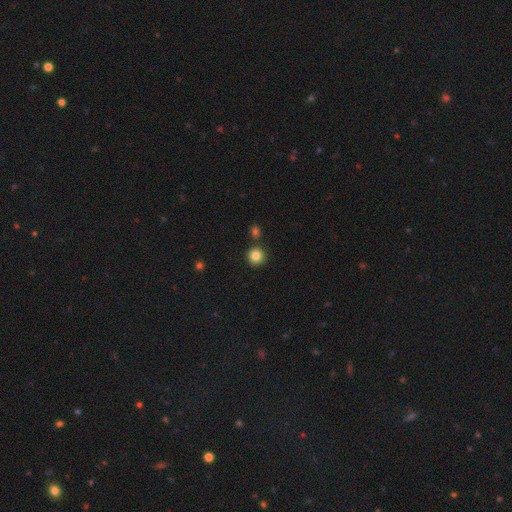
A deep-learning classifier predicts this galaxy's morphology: Smooth or featured?
  - smooth: 84% *
  - star or artifact: 10%
  - featured or disk: 6%
How rounded?
  - round: 94% *
  - in between: 5%
  - cigar-shaped: 1%
Merging?
  - none: 84% *
  - minor disturbance: 7%
  - merger: 7%
  - major disturbance: 2%